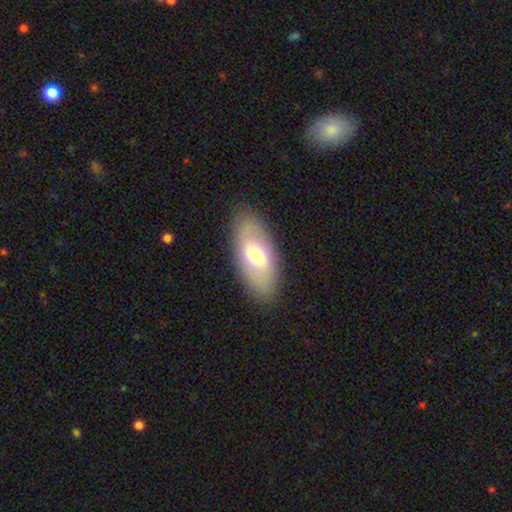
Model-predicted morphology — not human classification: type=smooth (63%); roundness=in between (89%); merging=none (86%).